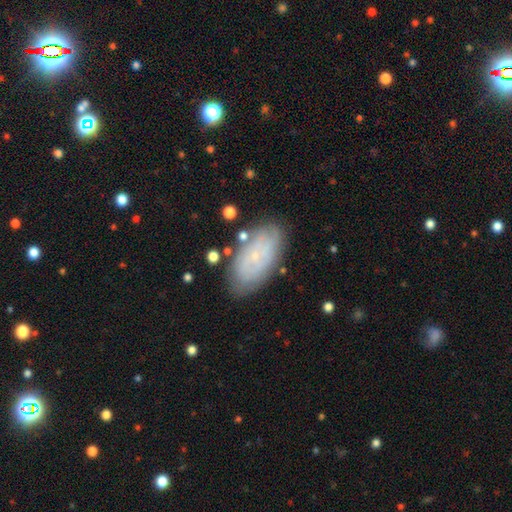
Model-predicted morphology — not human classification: type=featured or disk (58%); edge-on=no (92%); bar=no (79%); spiral arms=yes (78%); bulge=small (86%); merging=none (79%).